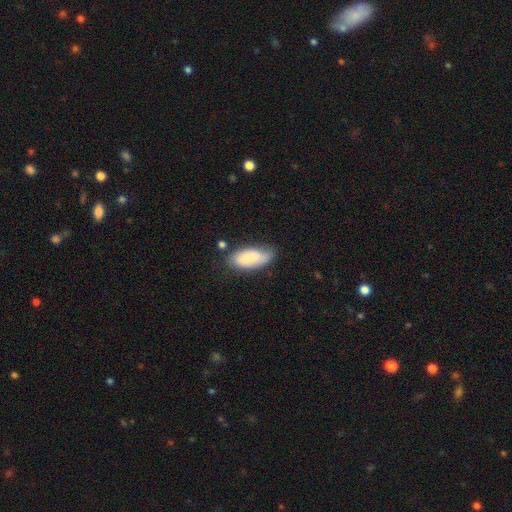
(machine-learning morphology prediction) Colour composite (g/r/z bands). It shows a smooth galaxy with no disk features (69%) that is in between round and cigar-shaped (88%). Merging: none (60%).